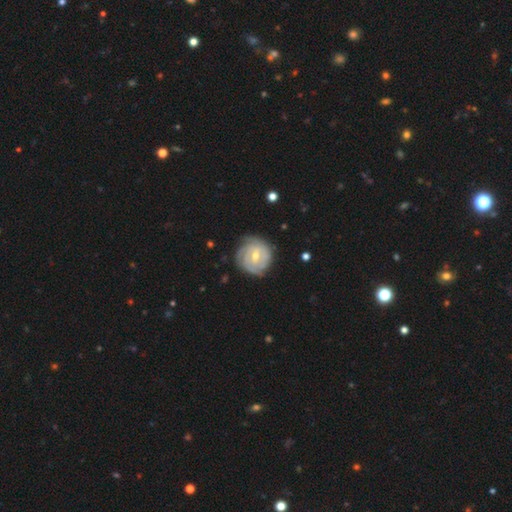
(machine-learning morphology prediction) This appears to be a featured or disk galaxy (80%) with a weak bar (53%), tight (78%) spiral arms (94%) and a moderate central bulge (51%). Merging: none (76%).